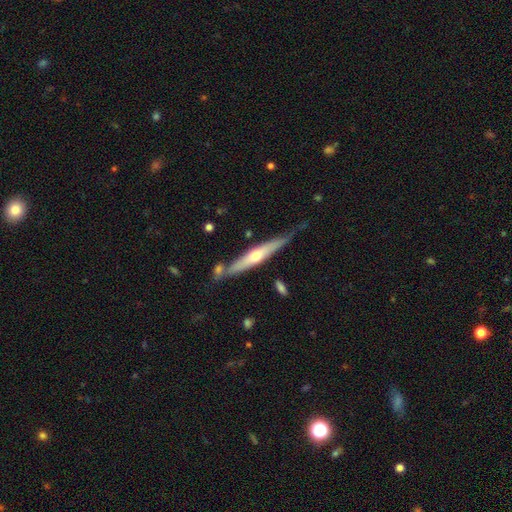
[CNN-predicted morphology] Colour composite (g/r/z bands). It shows a featured or disk galaxy (61%) viewed edge-on (91%) with a rounded central bulge (84%). Merging: none (66%).